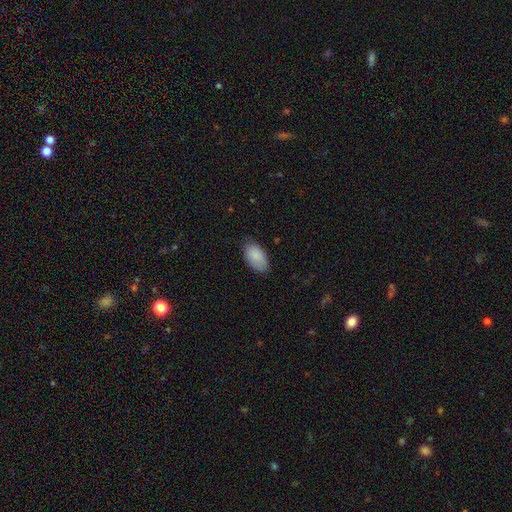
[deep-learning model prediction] Smooth or featured?
  - smooth: 86% *
  - featured or disk: 8%
  - star or artifact: 6%
How rounded?
  - in between: 94% *
  - round: 4%
  - cigar-shaped: 2%
Merging?
  - none: 71% *
  - minor disturbance: 24%
  - major disturbance: 4%
  - merger: 1%